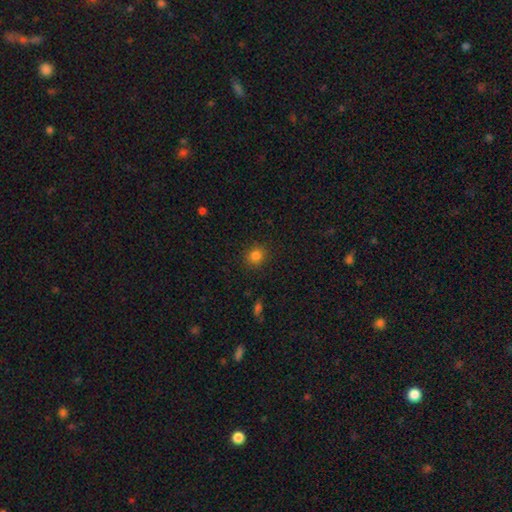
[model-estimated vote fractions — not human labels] Q: Smooth or featured?
A: smooth (83%); runner-up: star or artifact (13%)
Q: How rounded?
A: round (84%); runner-up: in between (15%)
Q: Merging?
A: none (89%); runner-up: minor disturbance (8%)